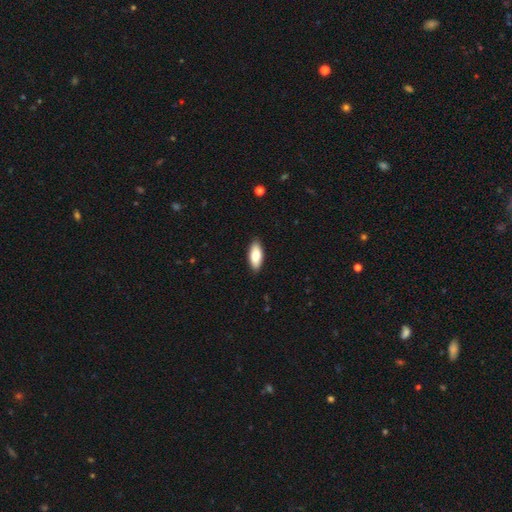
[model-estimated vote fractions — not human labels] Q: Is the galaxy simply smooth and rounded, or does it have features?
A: smooth — 82%.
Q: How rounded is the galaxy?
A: in between — 84%.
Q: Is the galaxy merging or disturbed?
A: none — 89%.